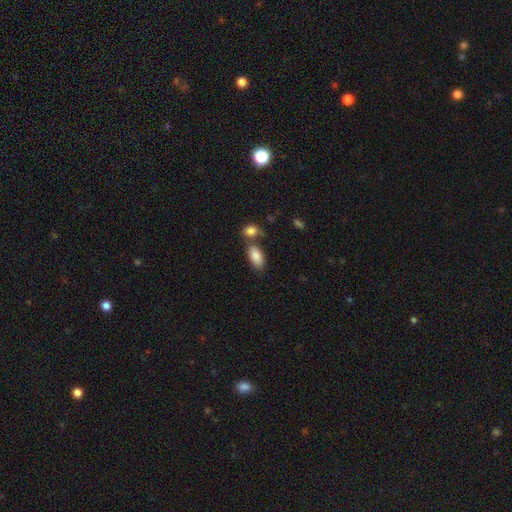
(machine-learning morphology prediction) Smooth or featured: smooth — 85% (featured or disk — 8%)
How rounded: in between — 92% (cigar-shaped — 5%)
Merging: none — 57% (merger — 27%)